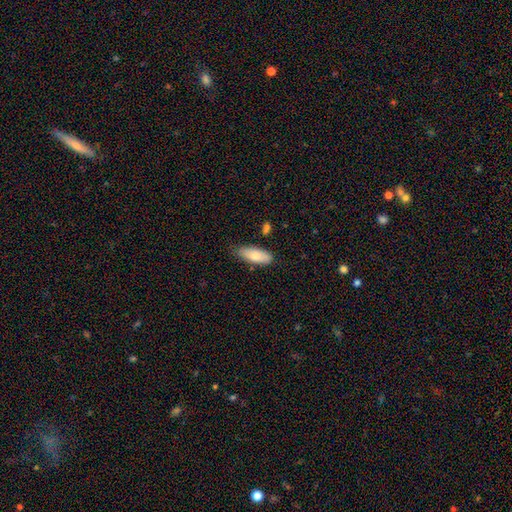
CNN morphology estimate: smooth_or_featured: smooth (p=0.76) [alt: featured or disk p=0.18]
how_rounded: in between (p=0.80) [alt: cigar-shaped p=0.18]
merging: none (p=0.73) [alt: minor disturbance p=0.21]